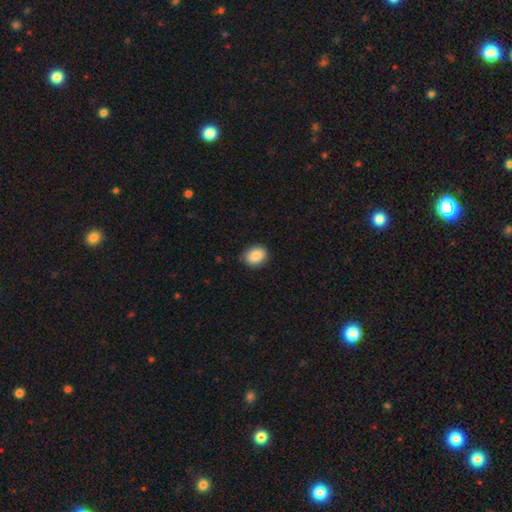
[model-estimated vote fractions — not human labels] smooth 88%, star or artifact 8%, featured or disk 4%. Down the decision tree: how rounded — in between (53%); merging — none (85%).